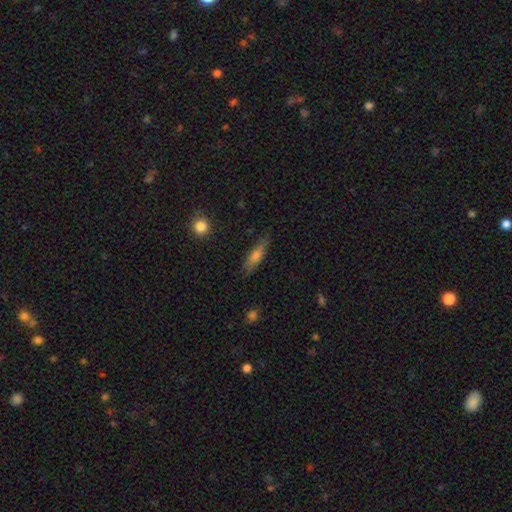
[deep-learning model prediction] A smooth galaxy with no disk features (65%) that is cigar-shaped (66%). Merging: none (80%).